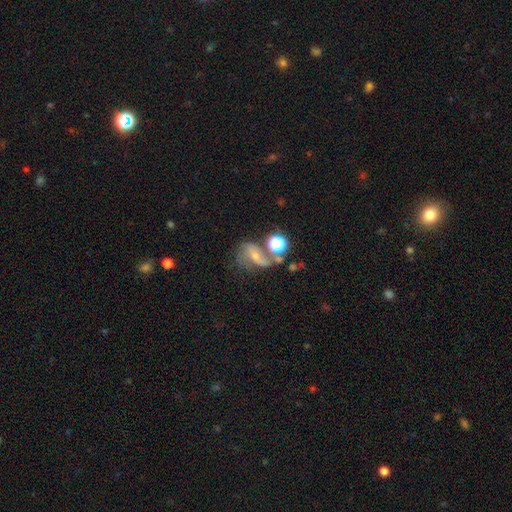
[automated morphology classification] smooth-or-featured: featured or disk: 56% | smooth: 29% | star or artifact: 16%
  disk-edge-on: no: 96% | yes: 4%
    bar: no: 41% | weak: 35% | strong: 24%
    has-spiral-arms: yes: 79% | no: 21%
    bulge-size: small: 50% | moderate: 33% | none: 10% | large: 5% | dominant: 2%
  merging: none: 32% | major disturbance: 27% | merger: 23% | minor disturbance: 18%